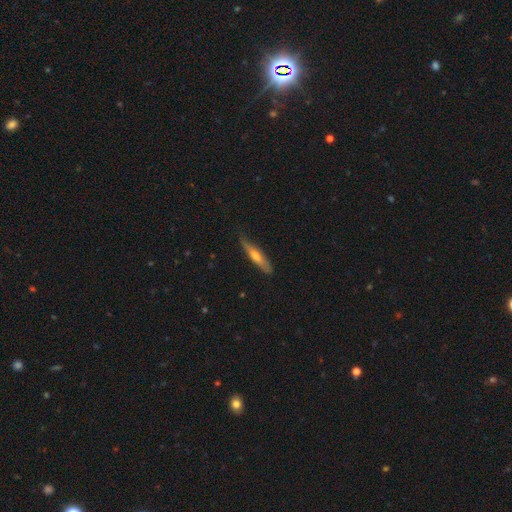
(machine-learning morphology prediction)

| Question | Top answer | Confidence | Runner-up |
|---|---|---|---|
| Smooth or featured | featured or disk | 49% | smooth (45%) |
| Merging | none | 77% | minor disturbance (18%) |